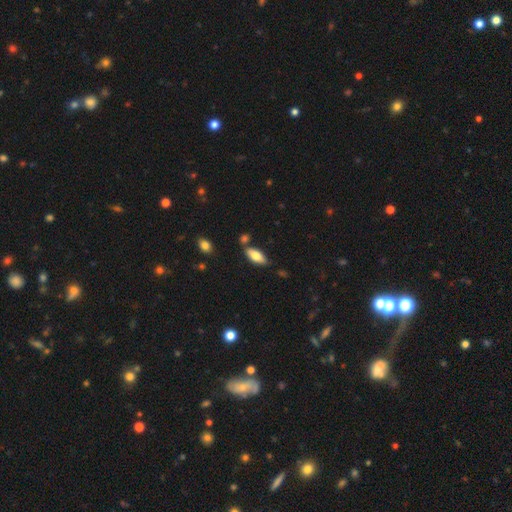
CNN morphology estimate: smooth 77%, featured or disk 17%, star or artifact 6%. Down the decision tree: how rounded — in between (83%); merging — none (75%).